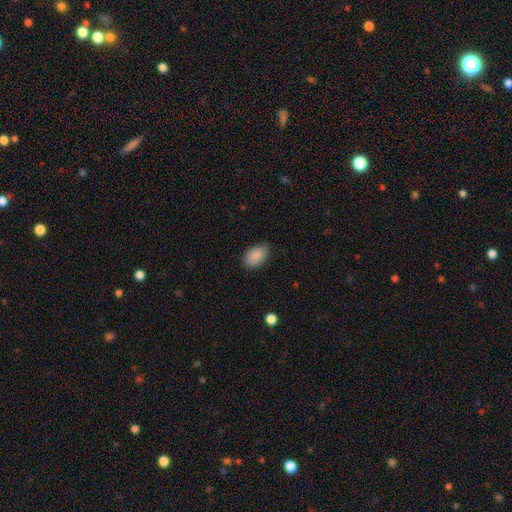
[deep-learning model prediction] Smooth or featured?
  - smooth: 89% *
  - star or artifact: 7%
  - featured or disk: 4%
How rounded?
  - in between: 90% *
  - round: 9%
  - cigar-shaped: 1%
Merging?
  - none: 81% *
  - minor disturbance: 15%
  - major disturbance: 3%
  - merger: 1%